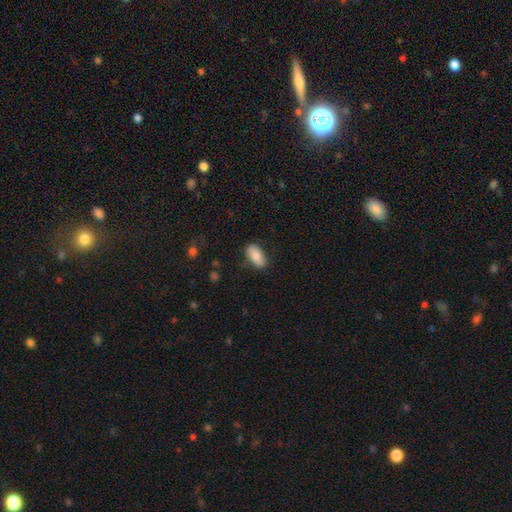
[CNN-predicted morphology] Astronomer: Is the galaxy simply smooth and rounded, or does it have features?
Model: smooth — 82%.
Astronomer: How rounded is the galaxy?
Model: in between — 90%.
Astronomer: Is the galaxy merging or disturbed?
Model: none — 80%.